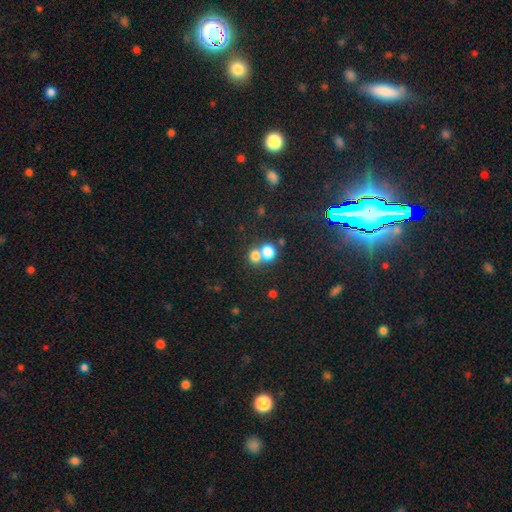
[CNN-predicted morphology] smooth 75%, star or artifact 13%, featured or disk 11%. Down the decision tree: how rounded — round (75%); merging — merger (58%).